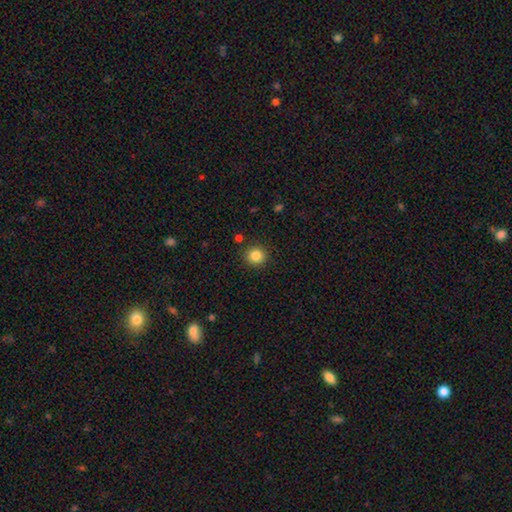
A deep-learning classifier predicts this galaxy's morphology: This is clearly a smooth galaxy (84%). How rounded: clearly round (93%). Merging: clearly none (90%).